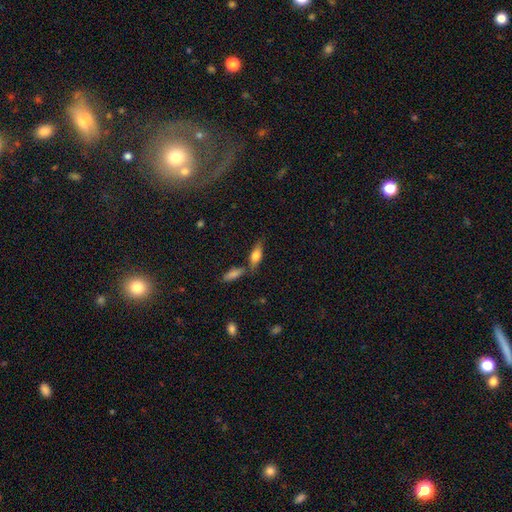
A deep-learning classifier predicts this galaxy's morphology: A smooth galaxy with no disk features (63%) that is in between round and cigar-shaped (63%). Merging: none (65%).